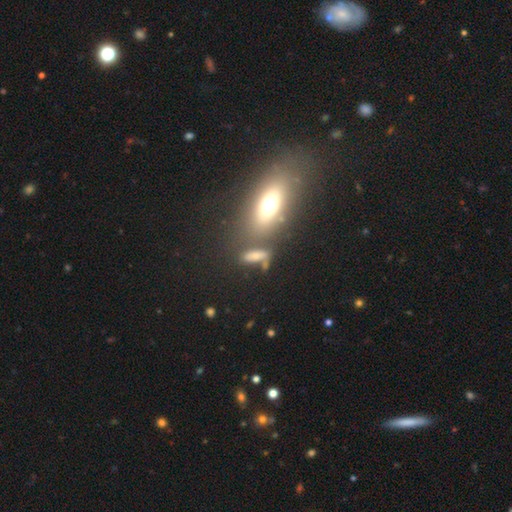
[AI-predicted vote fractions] Smooth or featured? Predicted: smooth (p=0.58). How rounded? Predicted: in between (p=0.51). Merging? Predicted: none (p=0.55).